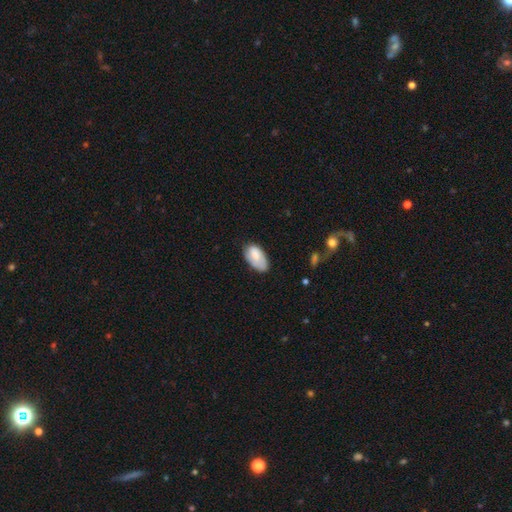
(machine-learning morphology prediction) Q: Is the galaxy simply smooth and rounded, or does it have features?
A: smooth — 75%.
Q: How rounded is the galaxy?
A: in between — 94%.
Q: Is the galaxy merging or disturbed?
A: none — 56%.